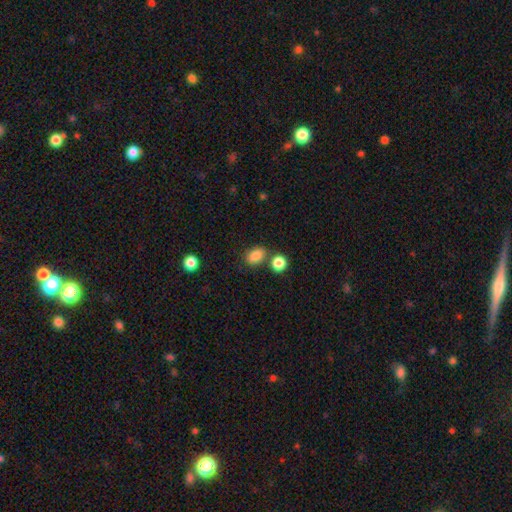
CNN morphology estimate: smooth_or_featured: smooth (p=0.84) [alt: star or artifact p=0.10]
how_rounded: in between (p=0.71) [alt: round p=0.28]
merging: none (p=0.70) [alt: merger p=0.13]